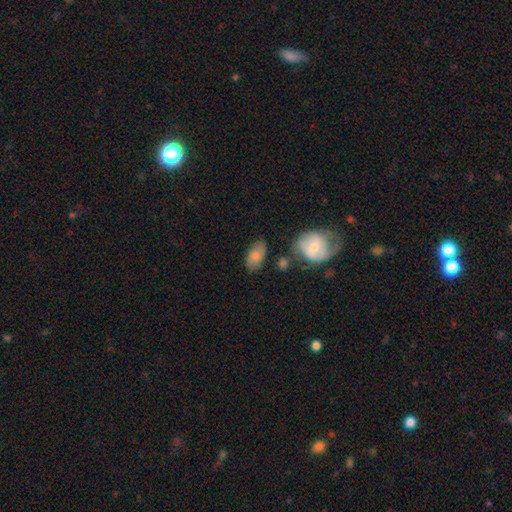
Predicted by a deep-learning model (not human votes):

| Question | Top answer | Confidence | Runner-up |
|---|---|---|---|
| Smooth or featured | smooth | 72% | featured or disk (21%) |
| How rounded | in between | 90% | round (7%) |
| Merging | none | 64% | minor disturbance (21%) |